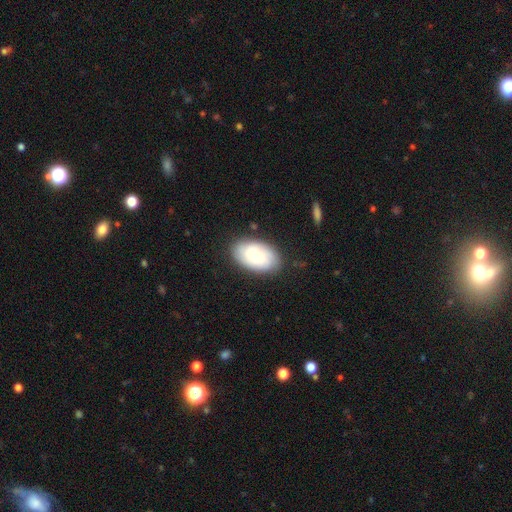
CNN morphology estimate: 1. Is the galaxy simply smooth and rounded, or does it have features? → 68% smooth, 26% featured or disk, 6% star or artifact.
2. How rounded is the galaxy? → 93% in between, 6% round, 1% cigar-shaped.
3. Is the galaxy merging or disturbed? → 83% none, 12% minor disturbance, 3% major disturbance, 1% merger.